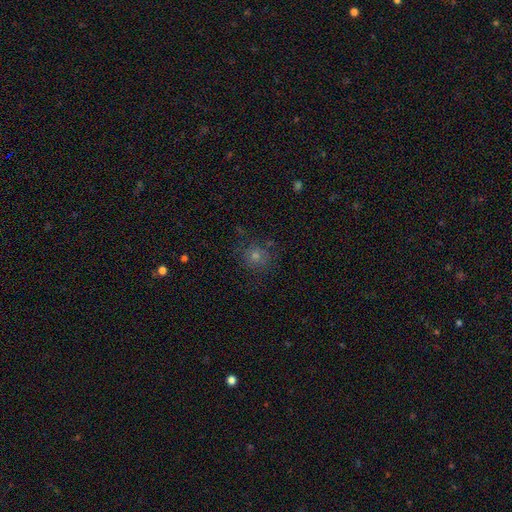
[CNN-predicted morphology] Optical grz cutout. It shows a smooth galaxy with no disk features (53%) that is round (89%). Merging: none (79%).